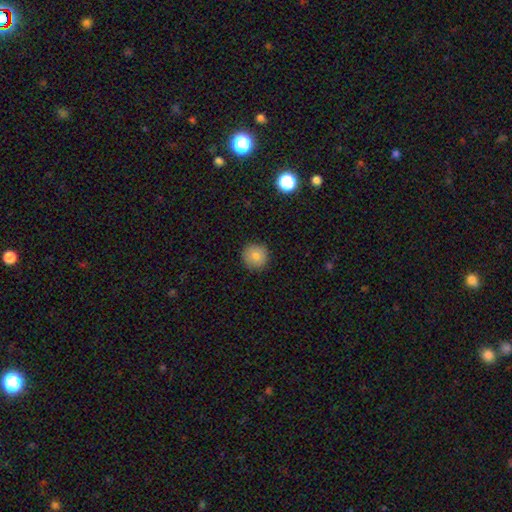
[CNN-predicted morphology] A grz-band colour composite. It shows a smooth galaxy with no disk features (82%) that is round (94%). Merging: none (89%).